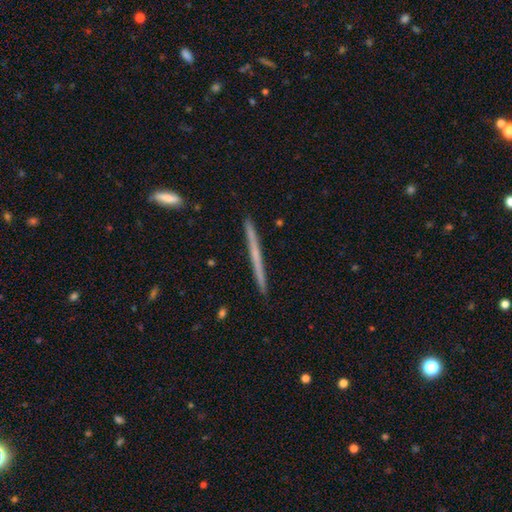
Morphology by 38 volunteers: Smooth or featured?
  - featured or disk: 55% *
  - smooth: 45%
  - star or artifact: 0%
Edge-on disk?
  - yes: 95% *
  - no: 5%
Edge-on bulge?
  - none: 90% *
  - rounded: 10%
  - boxy: 0%
Merging?
  - none: 89% *
  - minor disturbance: 5%
  - major disturbance: 3%
  - merger: 3%